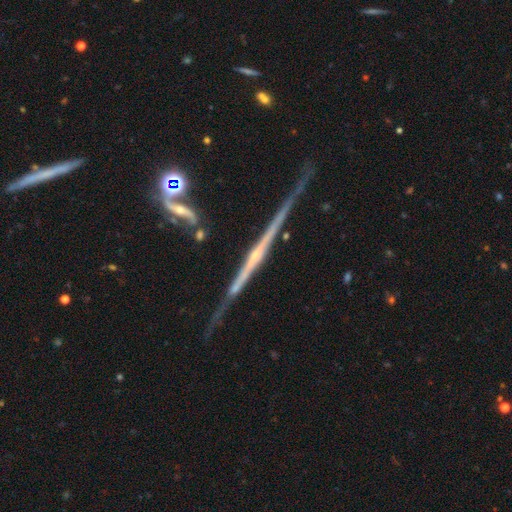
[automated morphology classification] type=featured or disk (87%); edge-on=yes (97%); edge-on bulge=rounded (64%); merging=none (74%).